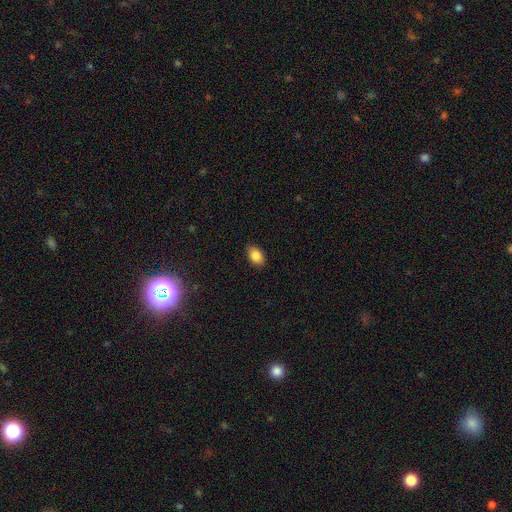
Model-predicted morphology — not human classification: A smooth galaxy with no disk features (85%) that is in between round and cigar-shaped (85%). Merging: none (87%).